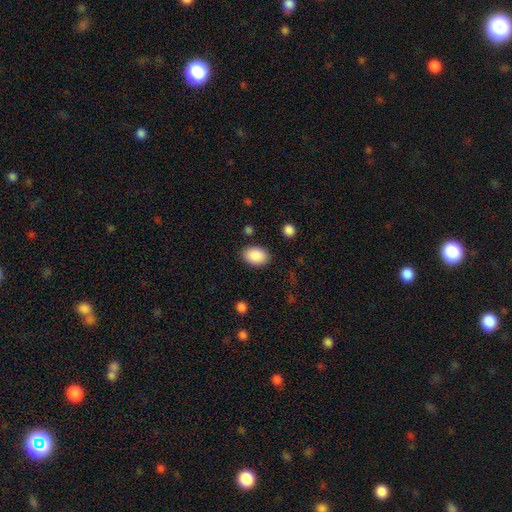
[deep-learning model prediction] smooth_or_featured: smooth (p=0.90) [alt: star or artifact p=0.07]
how_rounded: in between (p=0.84) [alt: round p=0.15]
merging: none (p=0.87) [alt: minor disturbance p=0.09]